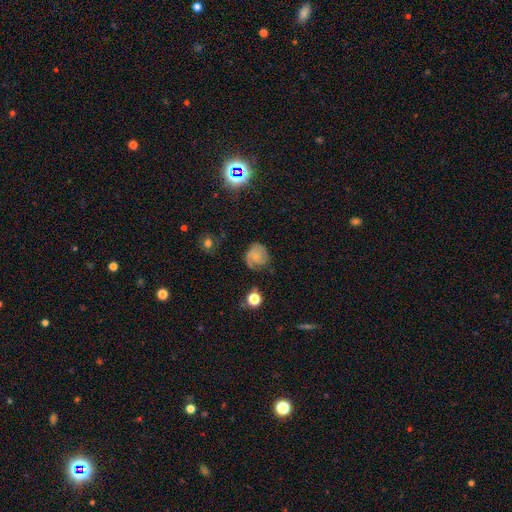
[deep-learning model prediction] Smooth or featured? featured or disk (56%)
Edge-on disk? no (97%)
Bar? no (73%)
Spiral arms? yes (88%)
Bulge size? small (60%)
Merging? none (63%)